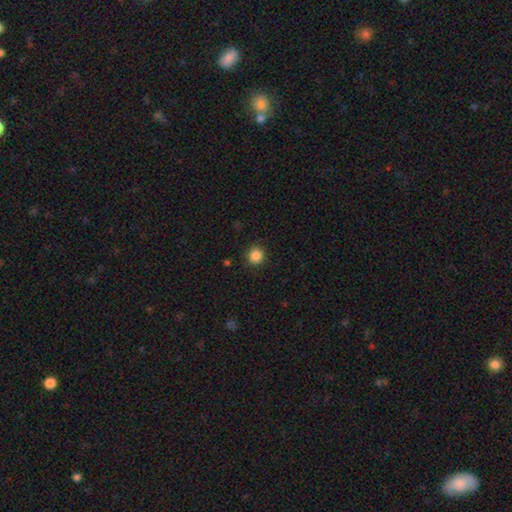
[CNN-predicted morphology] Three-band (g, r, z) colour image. It shows a smooth galaxy with no disk features (86%) that is round (91%). Merging: none (90%).